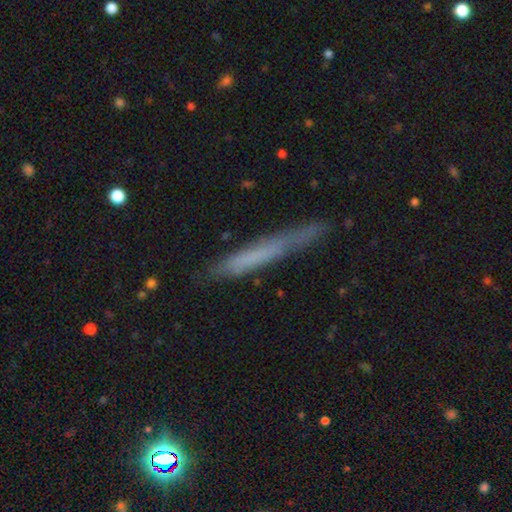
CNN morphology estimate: Smooth or featured? smooth (53%)
How rounded? cigar-shaped (96%)
Merging? none (77%)